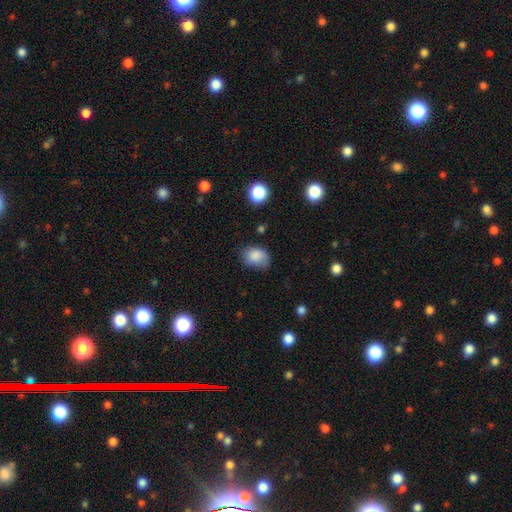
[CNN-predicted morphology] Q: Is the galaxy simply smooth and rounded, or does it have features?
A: smooth — 83%.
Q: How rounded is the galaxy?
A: in between — 65%.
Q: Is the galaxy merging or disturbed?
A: none — 57%.